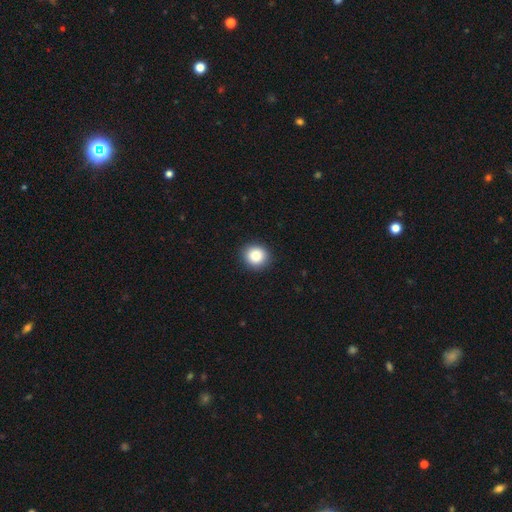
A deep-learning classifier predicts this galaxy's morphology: Smooth or featured? smooth (87%)
How rounded? round (86%)
Merging? none (91%)